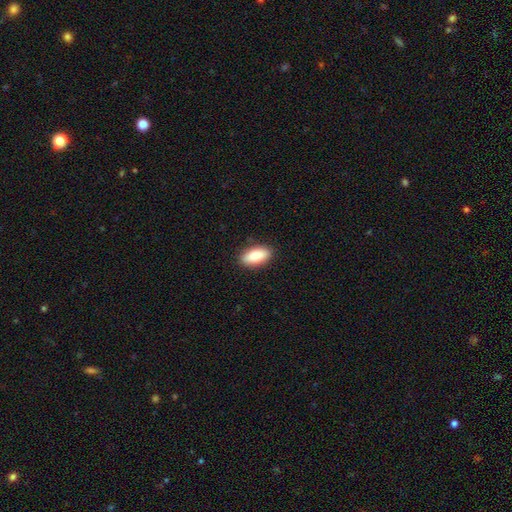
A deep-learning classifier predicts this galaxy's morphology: A smooth galaxy with no disk features (87%) that is in between round and cigar-shaped (88%).

Vote fractions:
- Smooth or featured? smooth: 87% / featured or disk: 7% / star or artifact: 6%
- How rounded? in between: 88% / cigar-shaped: 9% / round: 3%
- Merging? none: 88% / minor disturbance: 9% / major disturbance: 2% / merger: 1%